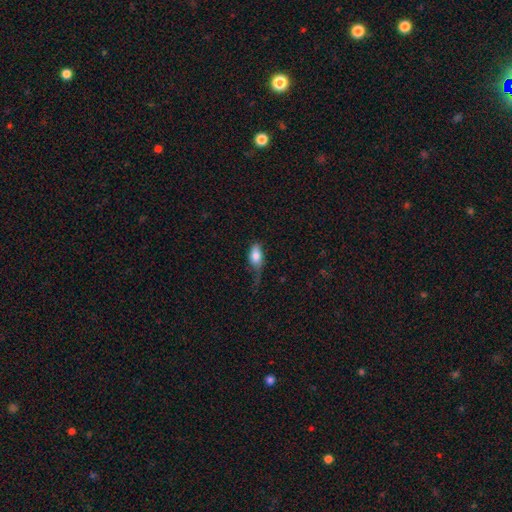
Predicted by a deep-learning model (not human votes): This appears to be a smooth galaxy with no disk features (79%) that is in between round and cigar-shaped (88%). Merging: minor disturbance (35%).